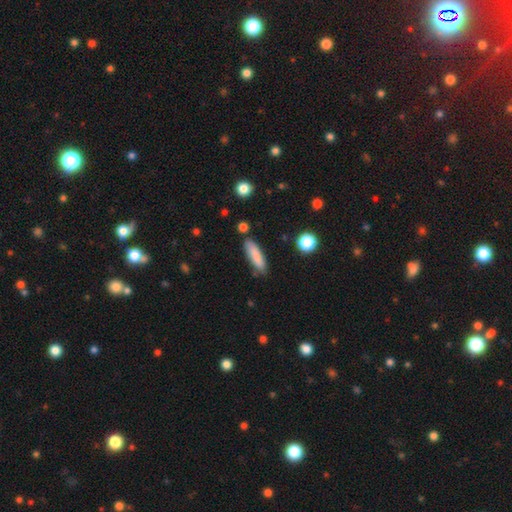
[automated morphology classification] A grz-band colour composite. It shows a smooth galaxy with no disk features (84%) that is cigar-shaped (68%). Merging: none (79%).